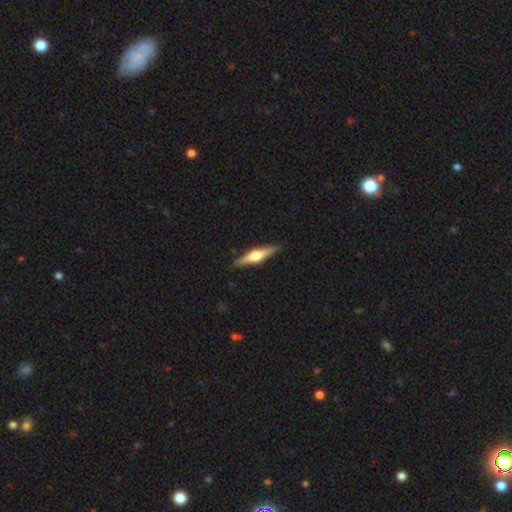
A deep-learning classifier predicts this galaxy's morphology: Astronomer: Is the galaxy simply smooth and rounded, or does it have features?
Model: featured or disk — 69%.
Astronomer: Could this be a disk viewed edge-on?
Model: yes — 97%.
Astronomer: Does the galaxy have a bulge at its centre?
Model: rounded — 93%.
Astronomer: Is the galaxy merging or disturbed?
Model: none — 90%.